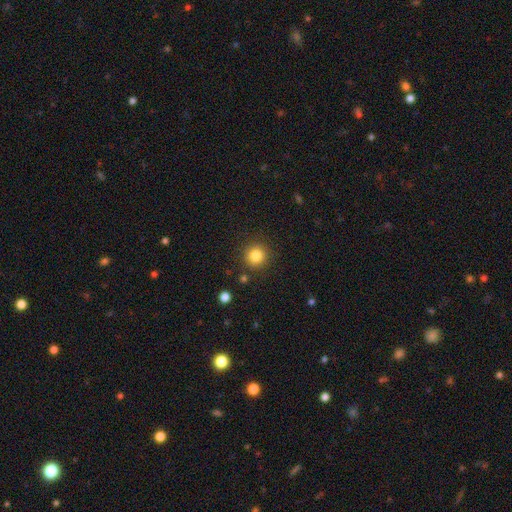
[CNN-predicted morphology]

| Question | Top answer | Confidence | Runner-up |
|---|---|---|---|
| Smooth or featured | smooth | 83% | star or artifact (11%) |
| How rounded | round | 94% | in between (5%) |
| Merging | none | 88% | minor disturbance (7%) |